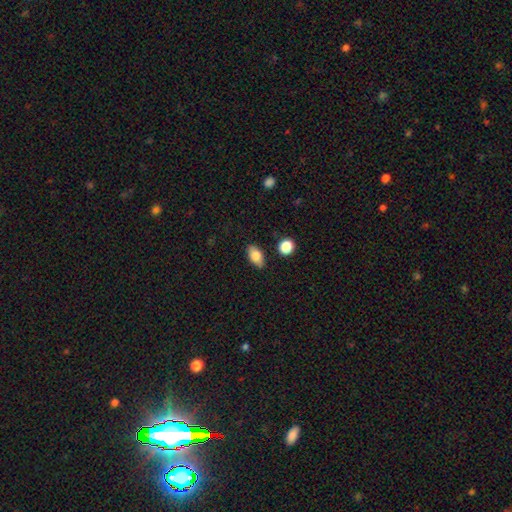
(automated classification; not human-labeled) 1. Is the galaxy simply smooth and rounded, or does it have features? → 79% smooth, 13% featured or disk, 8% star or artifact.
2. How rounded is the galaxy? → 88% in between, 7% round, 5% cigar-shaped.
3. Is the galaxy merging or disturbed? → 85% none, 10% minor disturbance, 3% merger, 2% major disturbance.